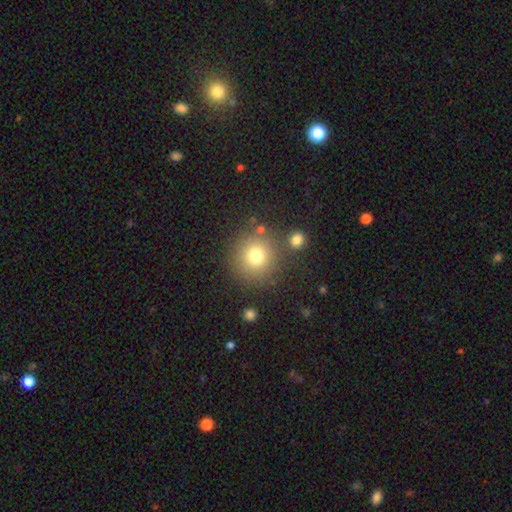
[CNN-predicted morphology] Overall: smooth (76%). How rounded: round (93%). Merging: none (81%).